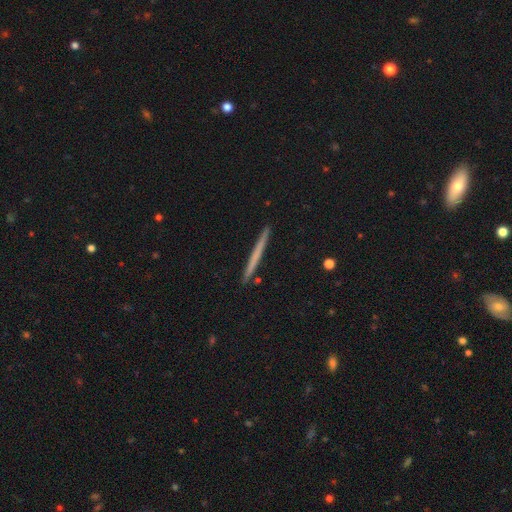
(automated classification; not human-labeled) smooth-or-featured: smooth: 52% | featured or disk: 42% | star or artifact: 6%
  how-rounded: cigar-shaped: 97% | in between: 1% | round: 1%
  merging: none: 92% | minor disturbance: 5% | merger: 1% | major disturbance: 1%